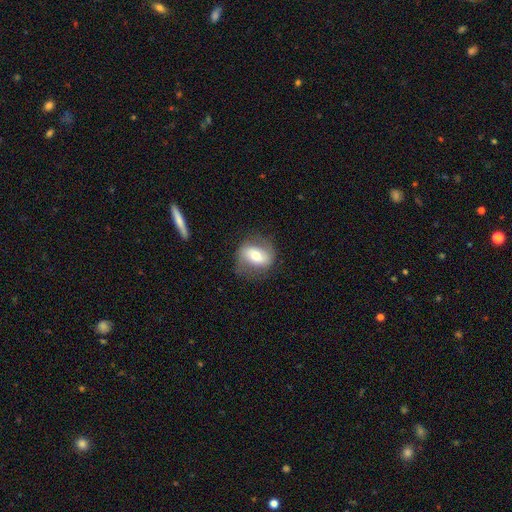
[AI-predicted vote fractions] The model was most divided on "smooth or featured": smooth: 49%, featured or disk: 43%, star or artifact: 7%. More confident: merging — none (71%).